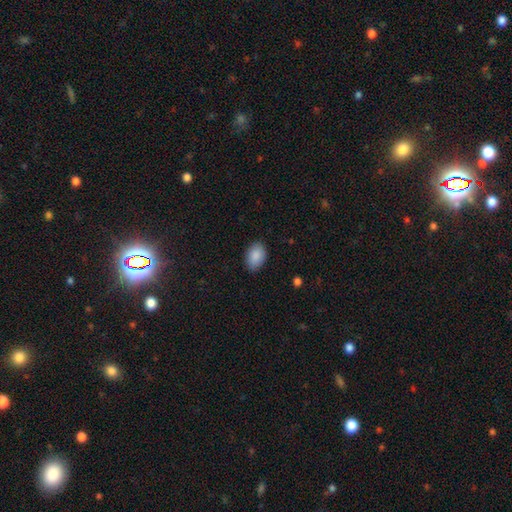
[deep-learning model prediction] A smooth galaxy with no disk features (89%) that is in between round and cigar-shaped (87%).

Vote fractions:
- Smooth or featured? smooth: 89% / star or artifact: 7% / featured or disk: 4%
- How rounded? in between: 87% / round: 12% / cigar-shaped: 1%
- Merging? none: 84% / minor disturbance: 13% / major disturbance: 2% / merger: 1%